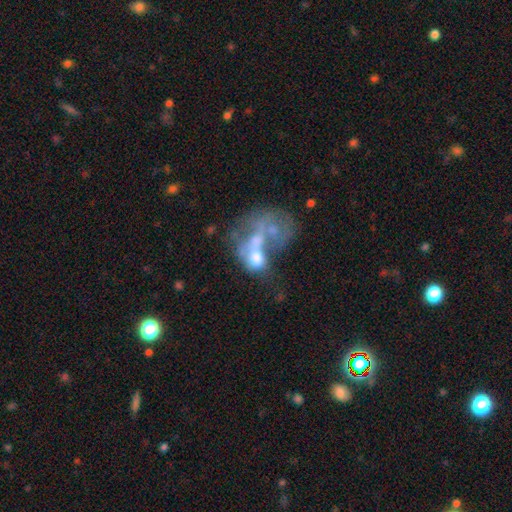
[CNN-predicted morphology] Smooth or featured?
  - featured or disk: 52% *
  - smooth: 34%
  - star or artifact: 14%
Edge-on disk?
  - no: 97% *
  - yes: 3%
Bar?
  - no: 88% *
  - weak: 9%
  - strong: 3%
Spiral arms?
  - no: 91% *
  - yes: 9%
Bulge size?
  - none: 37% *
  - moderate: 33%
  - small: 14%
  - large: 12%
  - dominant: 3%
Merging?
  - merger: 49% *
  - major disturbance: 29%
  - none: 14%
  - minor disturbance: 8%